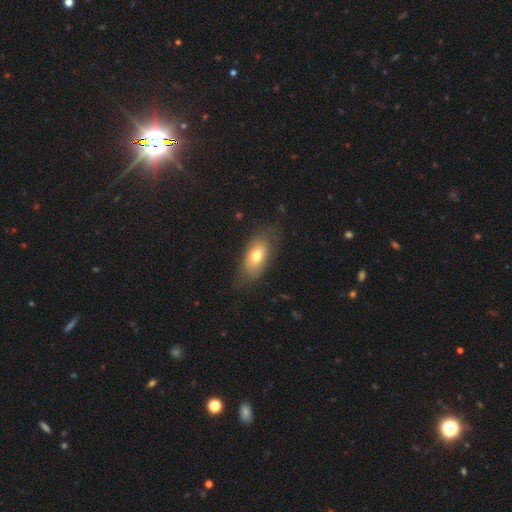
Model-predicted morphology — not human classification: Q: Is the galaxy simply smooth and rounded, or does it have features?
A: smooth — 71%.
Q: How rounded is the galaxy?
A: in between — 88%.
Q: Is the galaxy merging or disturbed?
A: none — 73%.